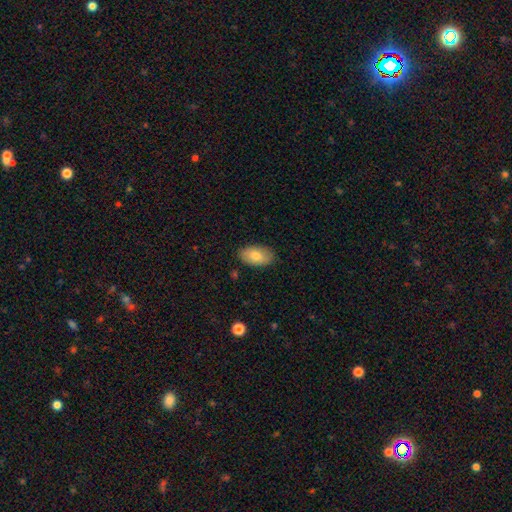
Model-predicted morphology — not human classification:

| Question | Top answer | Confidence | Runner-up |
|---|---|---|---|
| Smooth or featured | smooth | 78% | featured or disk (15%) |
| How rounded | in between | 93% | round (5%) |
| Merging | none | 86% | minor disturbance (11%) |